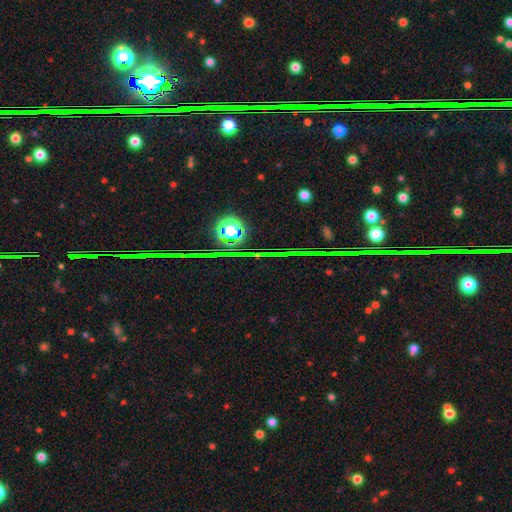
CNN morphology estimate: type=star or artifact (81%).